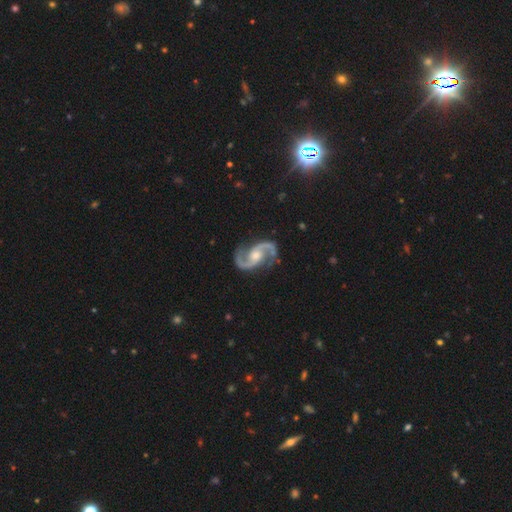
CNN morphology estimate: A featured or disk galaxy (94%) with no bar (54%), 2 (95%) medium (57%) spiral arms (99%) and a moderate central bulge (62%). Merging: none (83%).